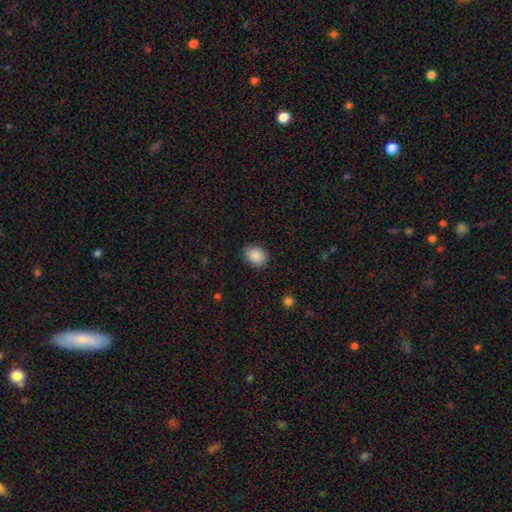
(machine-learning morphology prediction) This is clearly a smooth galaxy (89%). How rounded: possibly in between (57%). Merging: clearly none (85%).